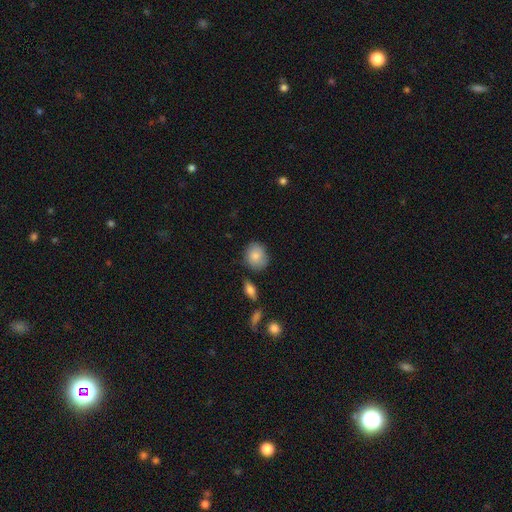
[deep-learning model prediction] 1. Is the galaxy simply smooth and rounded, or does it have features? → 81% smooth, 12% featured or disk, 7% star or artifact.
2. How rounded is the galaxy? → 66% round, 33% in between, 1% cigar-shaped.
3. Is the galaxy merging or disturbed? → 76% none, 17% minor disturbance, 3% major disturbance, 3% merger.